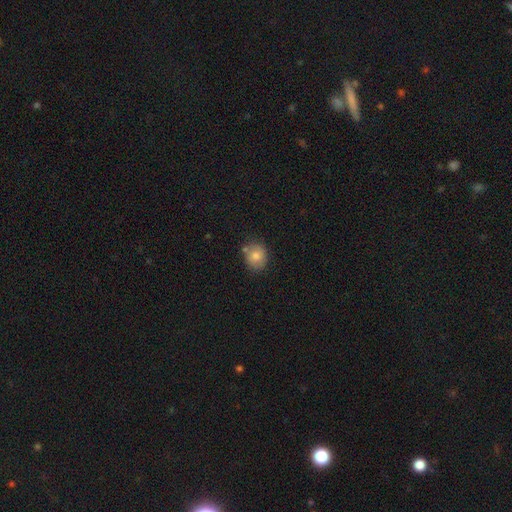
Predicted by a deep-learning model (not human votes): Smooth or featured? smooth (78%)
How rounded? round (72%)
Merging? none (73%)